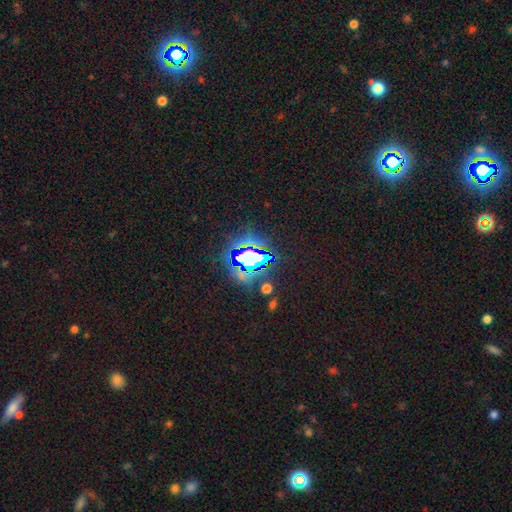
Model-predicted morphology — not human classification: Smooth or featured?
  - star or artifact: 70% *
  - smooth: 19%
  - featured or disk: 11%